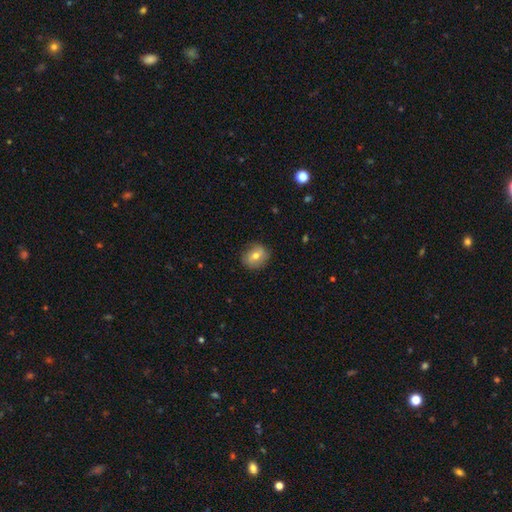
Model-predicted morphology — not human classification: Q: Smooth or featured?
A: smooth (67%); runner-up: featured or disk (24%)
Q: How rounded?
A: round (73%); runner-up: in between (26%)
Q: Merging?
A: none (82%); runner-up: minor disturbance (13%)